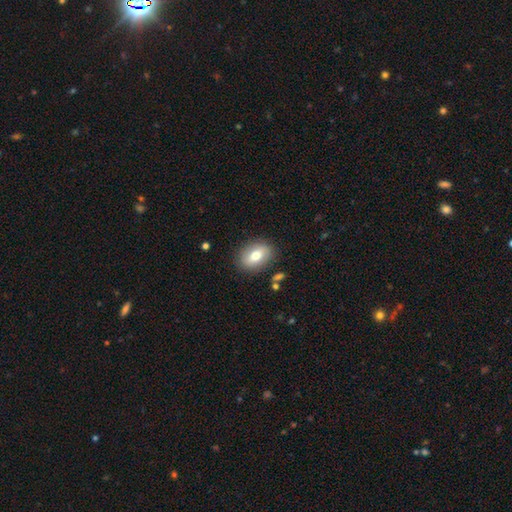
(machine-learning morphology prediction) Smooth or featured: smooth — 70% (featured or disk — 22%)
How rounded: in between — 77% (round — 22%)
Merging: none — 85% (minor disturbance — 10%)